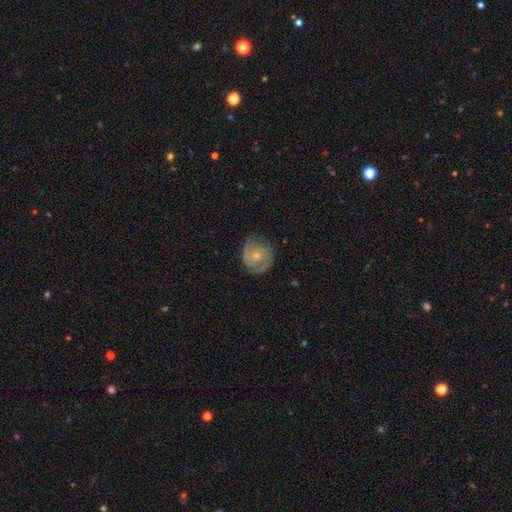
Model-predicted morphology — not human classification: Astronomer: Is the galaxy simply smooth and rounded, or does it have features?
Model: featured or disk — 73%.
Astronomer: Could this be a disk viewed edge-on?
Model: no — 98%.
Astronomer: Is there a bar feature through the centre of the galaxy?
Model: no — 75%.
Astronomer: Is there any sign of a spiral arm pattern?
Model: yes — 91%.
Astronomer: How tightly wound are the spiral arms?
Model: tight — 53% (runner-up: medium, 36%).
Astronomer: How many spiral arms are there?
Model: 2 — 68%.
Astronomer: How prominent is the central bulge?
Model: small — 63%.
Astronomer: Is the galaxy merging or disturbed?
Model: none — 70%.